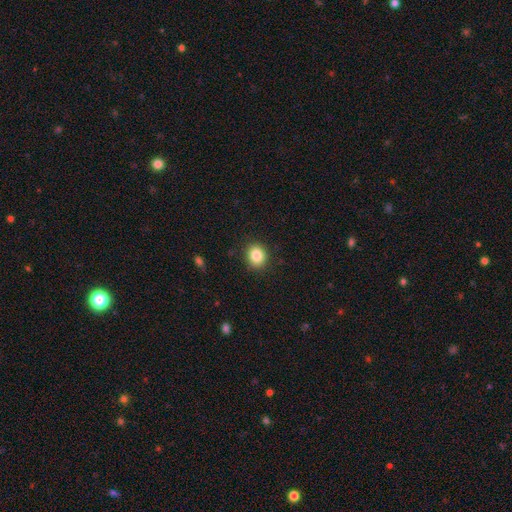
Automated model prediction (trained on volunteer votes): smooth-or-featured: smooth: 86% | star or artifact: 9% | featured or disk: 5%
  how-rounded: round: 69% | in between: 30% | cigar-shaped: 1%
  merging: none: 89% | minor disturbance: 8% | major disturbance: 2% | merger: 1%